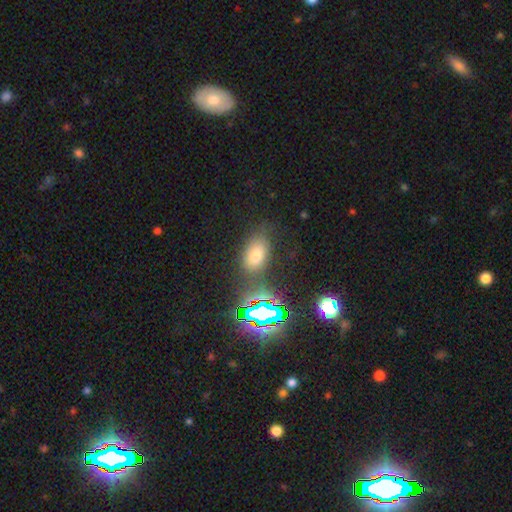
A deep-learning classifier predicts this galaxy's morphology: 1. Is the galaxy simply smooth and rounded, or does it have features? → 64% smooth, 25% star or artifact, 12% featured or disk.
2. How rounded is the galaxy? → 85% in between, 13% round, 2% cigar-shaped.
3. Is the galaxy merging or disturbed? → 76% none, 14% minor disturbance, 6% major disturbance, 5% merger.